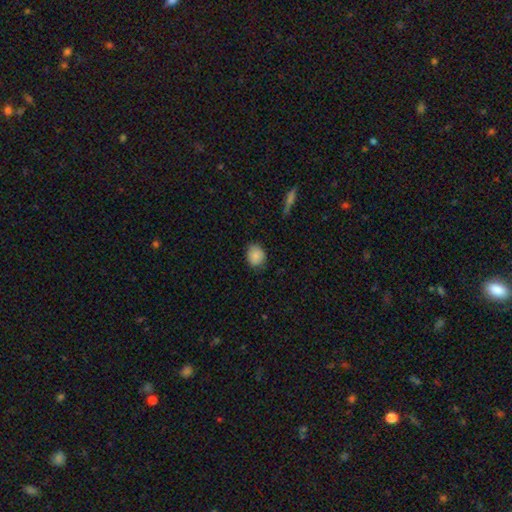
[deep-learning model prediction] Smooth or featured? smooth (87%)
How rounded? round (63%)
Merging? none (78%)